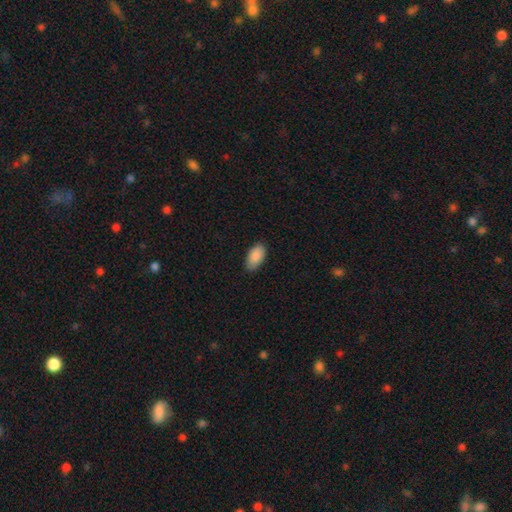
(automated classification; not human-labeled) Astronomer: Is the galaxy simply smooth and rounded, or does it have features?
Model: smooth — 89%.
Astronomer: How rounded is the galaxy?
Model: in between — 95%.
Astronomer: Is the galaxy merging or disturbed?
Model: none — 83%.